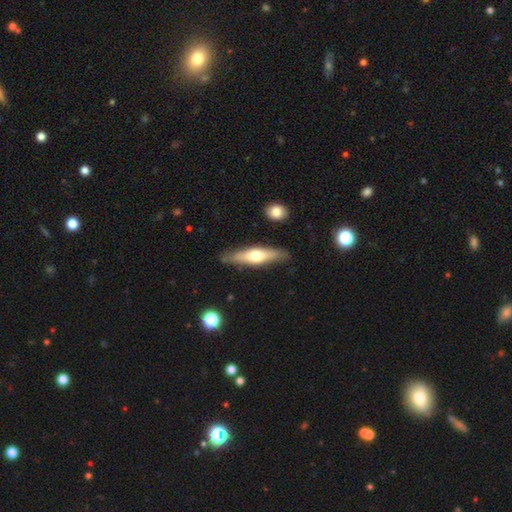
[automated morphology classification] Smooth or featured? Predicted: featured or disk (p=0.50). Edge-on disk? Predicted: yes (p=0.88). Merging? Predicted: none (p=0.83).